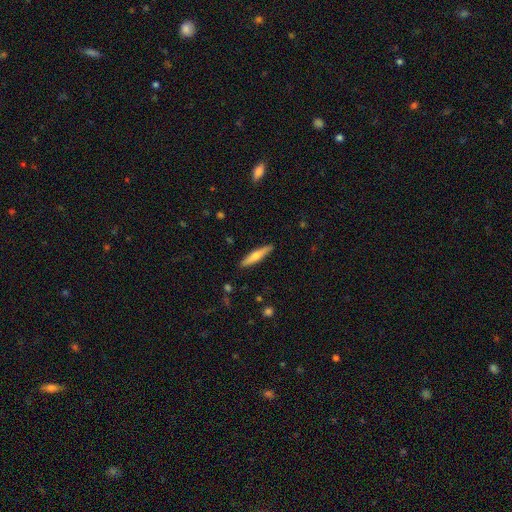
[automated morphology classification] Overall: smooth (53%; featured or disk 41%). How rounded: cigar-shaped (87%). Merging: none (90%).